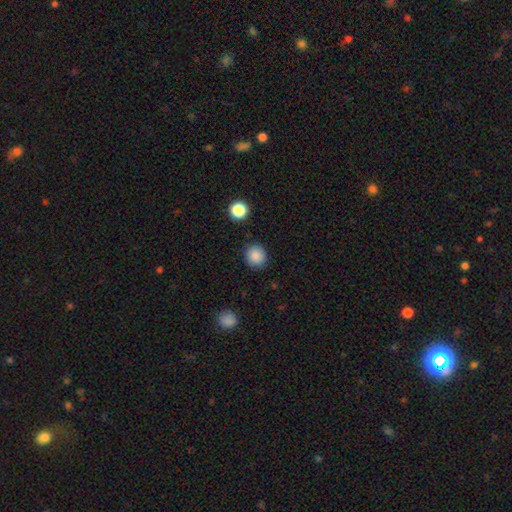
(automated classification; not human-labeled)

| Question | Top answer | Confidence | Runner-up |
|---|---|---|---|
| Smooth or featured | smooth | 87% | star or artifact (10%) |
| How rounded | round | 88% | in between (11%) |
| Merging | none | 89% | minor disturbance (7%) |